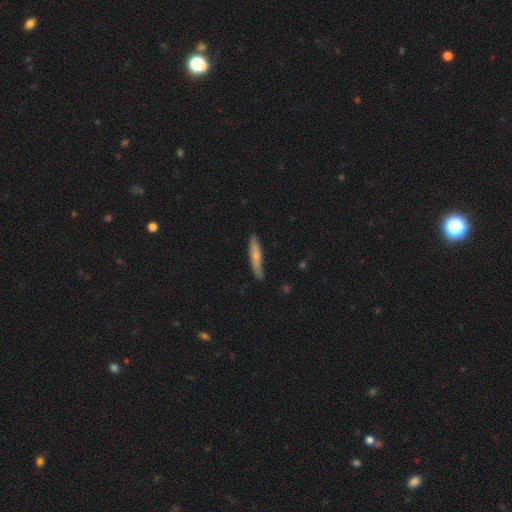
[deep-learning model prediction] smooth_or_featured: smooth (p=0.70) [alt: featured or disk p=0.24]
how_rounded: cigar-shaped (p=0.90) [alt: in between p=0.08]
merging: none (p=0.81) [alt: minor disturbance p=0.16]